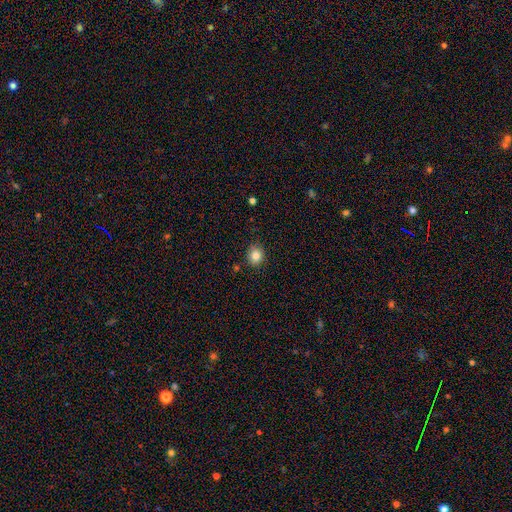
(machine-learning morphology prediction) A smooth galaxy with no disk features (84%) that is round (73%). Merging: none (83%).